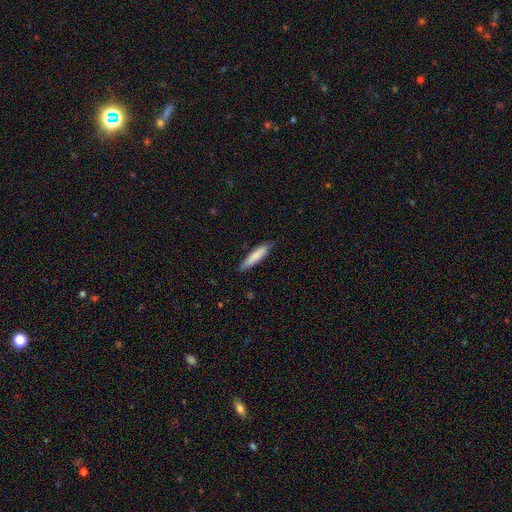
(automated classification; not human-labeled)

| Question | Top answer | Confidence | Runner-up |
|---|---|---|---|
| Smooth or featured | smooth | 81% | featured or disk (13%) |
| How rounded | cigar-shaped | 84% | in between (15%) |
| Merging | none | 84% | minor disturbance (13%) |